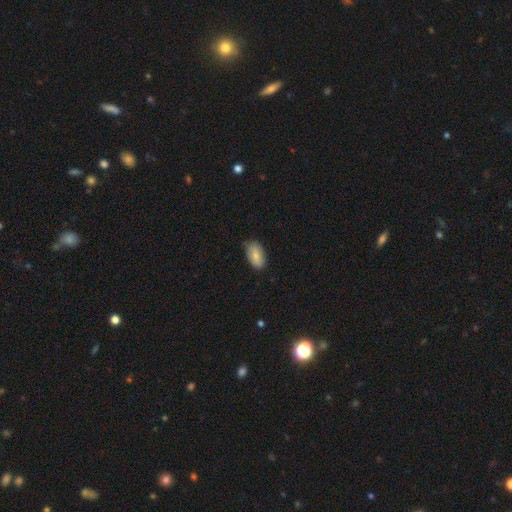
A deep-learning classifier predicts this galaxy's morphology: Smooth or featured?
  - smooth: 79% *
  - featured or disk: 14%
  - star or artifact: 7%
How rounded?
  - in between: 93% *
  - round: 5%
  - cigar-shaped: 2%
Merging?
  - none: 77% *
  - minor disturbance: 19%
  - major disturbance: 3%
  - merger: 1%